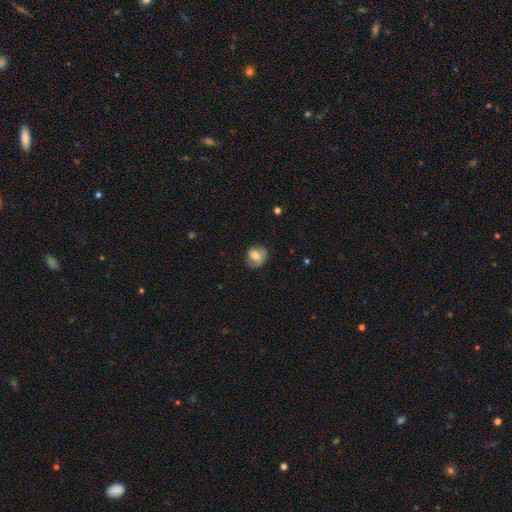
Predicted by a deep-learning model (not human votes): Smooth or featured?
  - smooth: 62% *
  - featured or disk: 30%
  - star or artifact: 8%
How rounded?
  - round: 65% *
  - in between: 34%
  - cigar-shaped: 1%
Merging?
  - none: 65% *
  - minor disturbance: 24%
  - major disturbance: 9%
  - merger: 1%